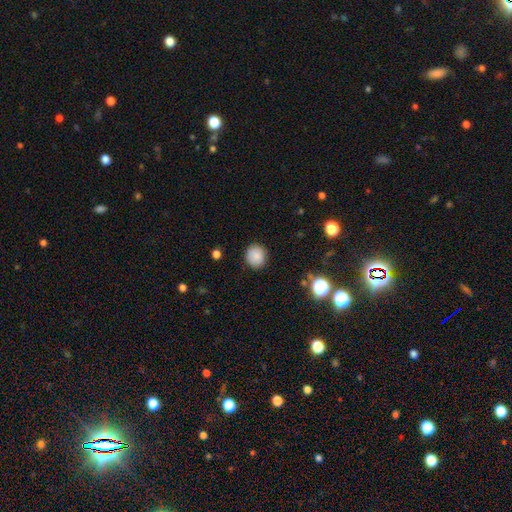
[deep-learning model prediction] The model was most divided on "how rounded": round: 85%, in between: 14%, cigar-shaped: 1%. More confident: merging — none (88%); smooth or featured — smooth (86%).